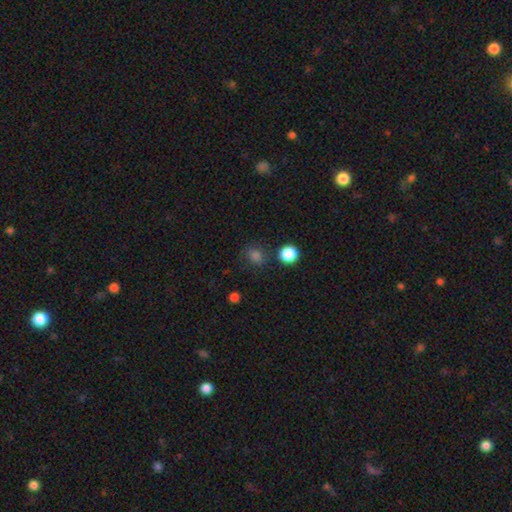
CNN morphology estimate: The model was most divided on "how rounded": round: 68%, in between: 31%, cigar-shaped: 1%. More confident: merging — none (77%); smooth or featured — smooth (77%).